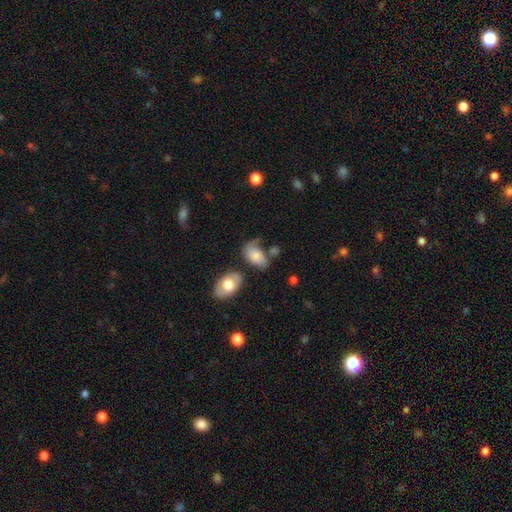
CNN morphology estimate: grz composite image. It shows a smooth galaxy with no disk features (74%) that is in between round and cigar-shaped (92%). Merging: none (35%).